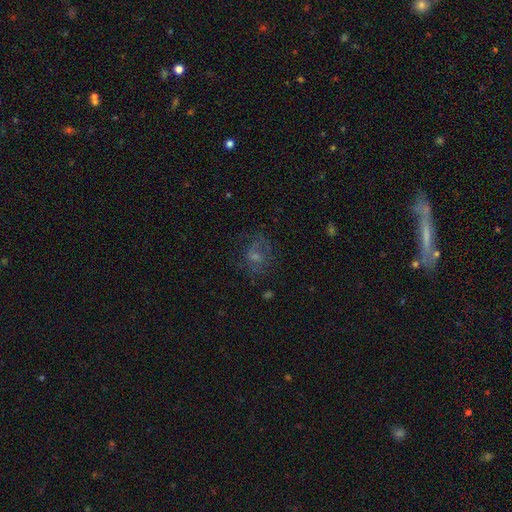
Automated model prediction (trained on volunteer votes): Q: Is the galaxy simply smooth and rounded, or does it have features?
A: smooth — 41%.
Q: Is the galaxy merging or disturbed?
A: none — 53%.